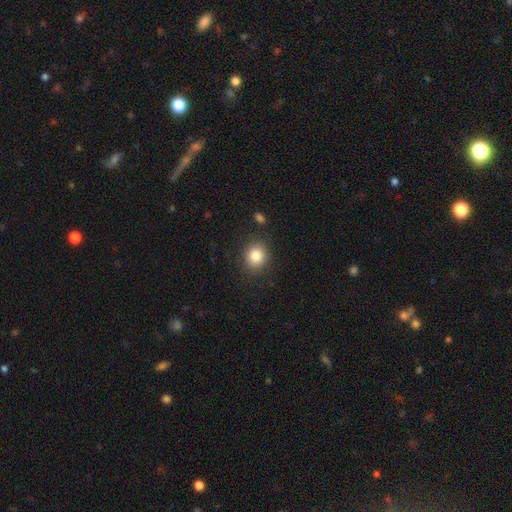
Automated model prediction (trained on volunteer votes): A smooth galaxy with no disk features (84%) that is round (74%). Merging: none (86%).